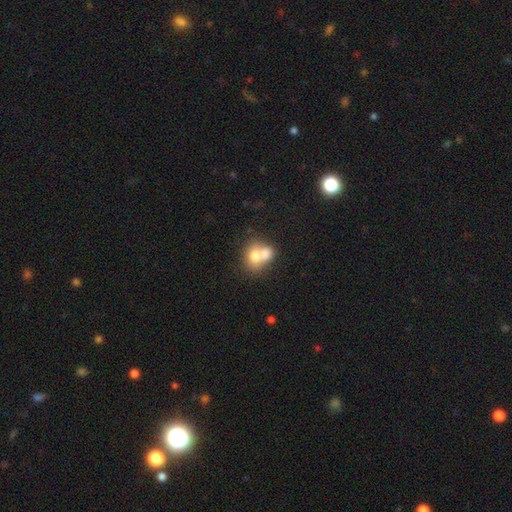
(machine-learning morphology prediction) A smooth galaxy with no disk features (69%) that is round (54%). Merging: merger (67%).